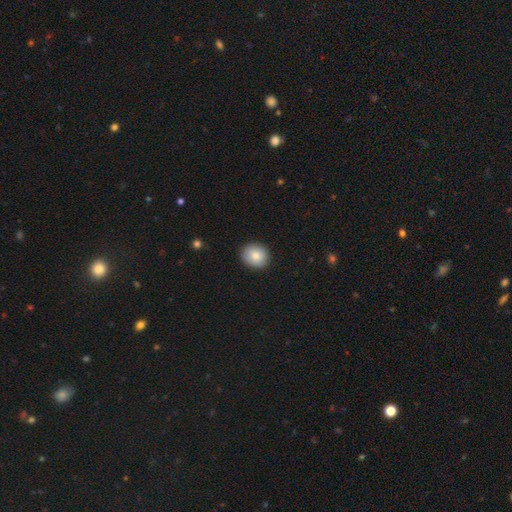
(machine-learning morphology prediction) Q: Smooth or featured?
A: smooth (85%); runner-up: featured or disk (8%)
Q: How rounded?
A: round (73%); runner-up: in between (26%)
Q: Merging?
A: none (89%); runner-up: minor disturbance (8%)